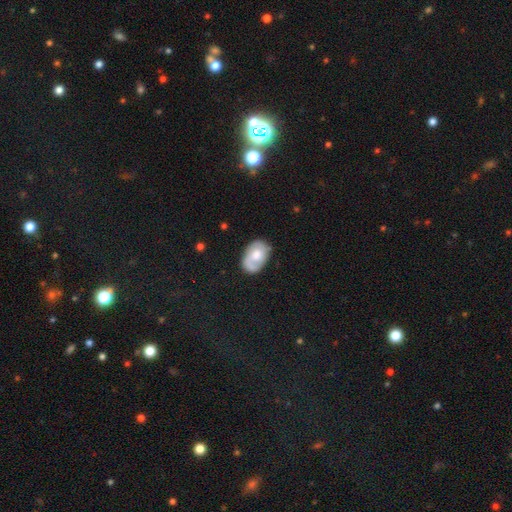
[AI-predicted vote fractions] Smooth or featured?
  - featured or disk: 47% *
  - smooth: 46%
  - star or artifact: 6%
Merging?
  - none: 63% *
  - minor disturbance: 25%
  - major disturbance: 9%
  - merger: 3%